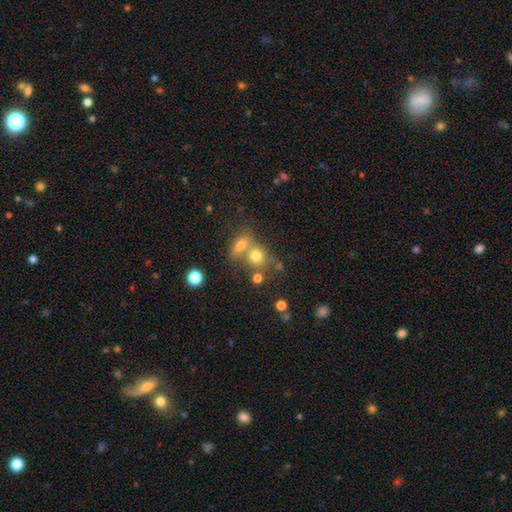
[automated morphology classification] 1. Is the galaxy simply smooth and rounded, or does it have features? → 74% smooth, 13% featured or disk, 13% star or artifact.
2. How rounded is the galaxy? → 69% round, 28% in between, 2% cigar-shaped.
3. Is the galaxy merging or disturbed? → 45% merger, 41% none, 9% minor disturbance, 5% major disturbance.